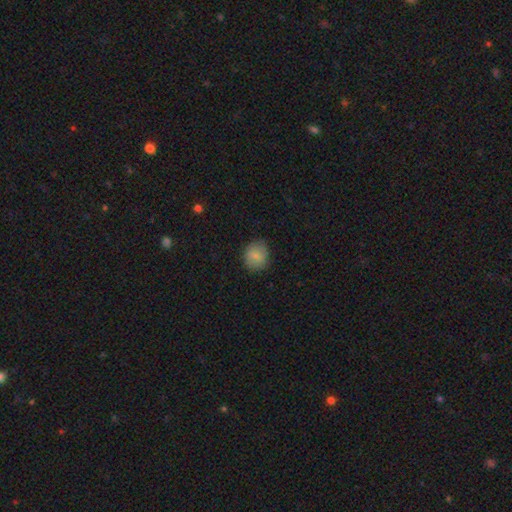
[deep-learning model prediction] A smooth galaxy with no disk features (81%) that is round (82%). Merging: none (78%).